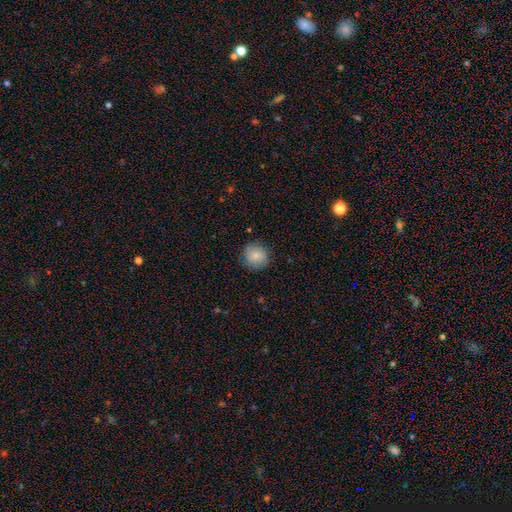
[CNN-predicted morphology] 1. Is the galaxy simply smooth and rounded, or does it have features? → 80% smooth, 13% featured or disk, 7% star or artifact.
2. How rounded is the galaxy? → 91% round, 8% in between, 1% cigar-shaped.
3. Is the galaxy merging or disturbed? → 84% none, 12% minor disturbance, 3% major disturbance, 1% merger.